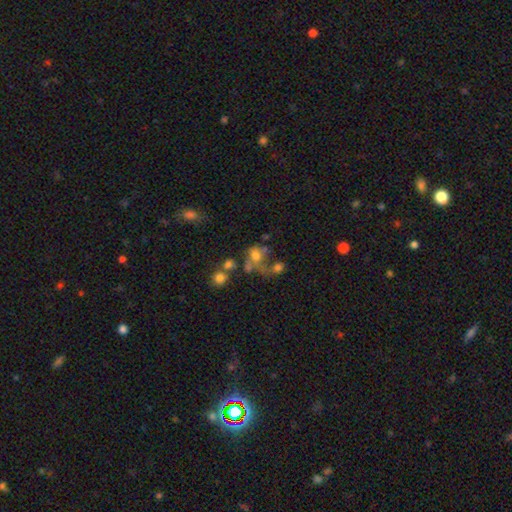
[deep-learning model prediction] smooth_or_featured: smooth (p=0.55) [alt: featured or disk p=0.29]
how_rounded: round (p=0.51) [alt: in between p=0.47]
merging: merger (p=0.40) [alt: major disturbance p=0.27]